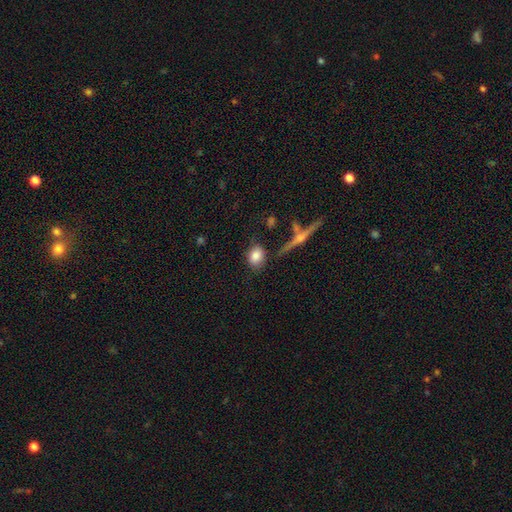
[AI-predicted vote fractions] A smooth galaxy with no disk features (79%) that is in between round and cigar-shaped (59%). Merging: none (72%).